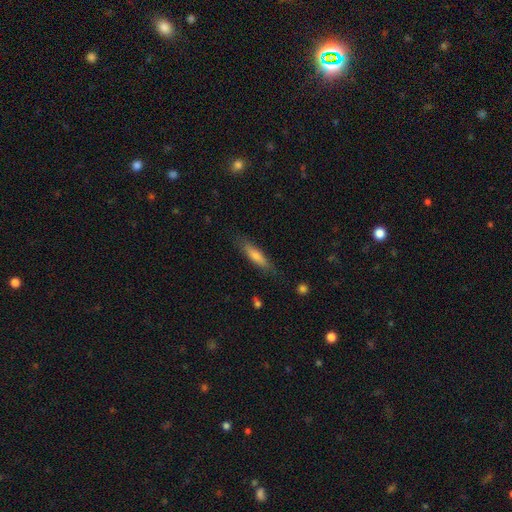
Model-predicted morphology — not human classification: A smooth galaxy with no disk features (67%) that is cigar-shaped (78%). Merging: none (82%).